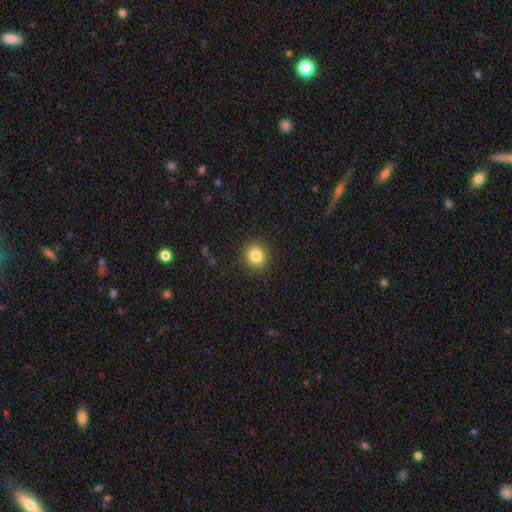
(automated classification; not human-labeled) smooth-or-featured: smooth: 84% | star or artifact: 10% | featured or disk: 6%
  how-rounded: round: 76% | in between: 23% | cigar-shaped: 1%
  merging: none: 89% | minor disturbance: 7% | major disturbance: 3% | merger: 1%